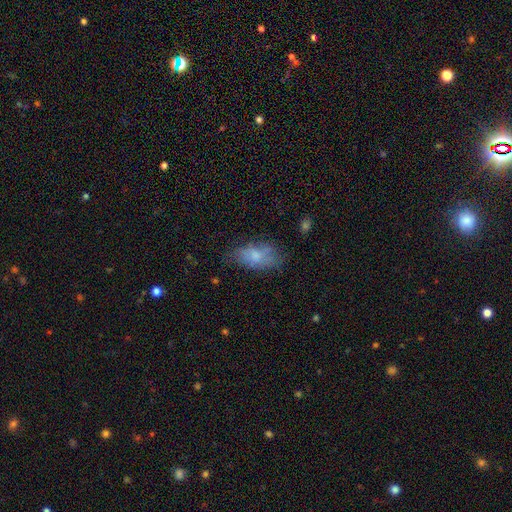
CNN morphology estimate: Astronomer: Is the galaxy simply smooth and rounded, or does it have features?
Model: smooth — 70%.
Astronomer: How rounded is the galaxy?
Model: in between — 91%.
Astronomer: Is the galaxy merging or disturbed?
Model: none — 56%.